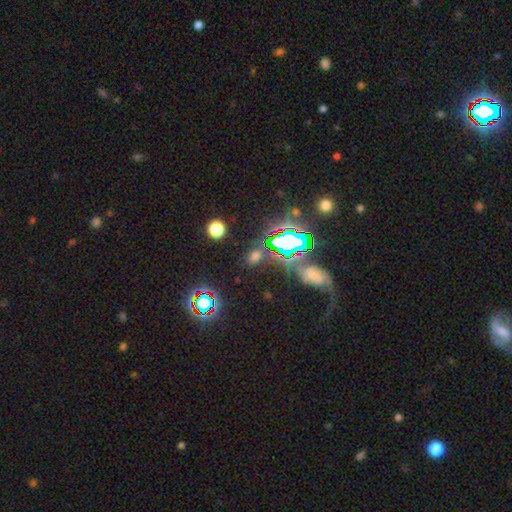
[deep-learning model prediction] A star or artifact, not a galaxy (47%).

Vote fractions:
- Smooth or featured? star or artifact: 47% / smooth: 43% / featured or disk: 10%